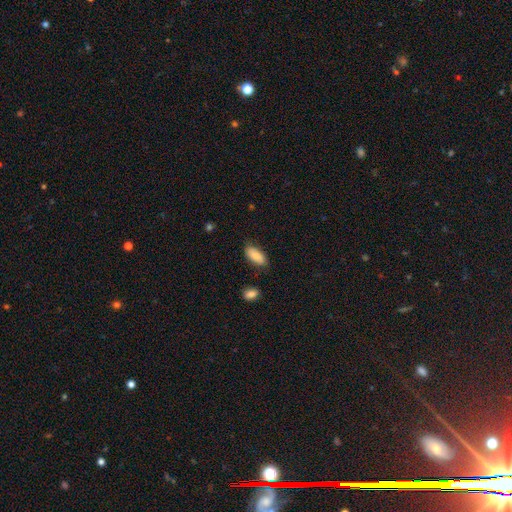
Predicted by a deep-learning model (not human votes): smooth-or-featured: smooth: 86% | featured or disk: 8% | star or artifact: 6%
  how-rounded: in between: 87% | cigar-shaped: 11% | round: 2%
  merging: none: 80% | minor disturbance: 15% | major disturbance: 3% | merger: 2%